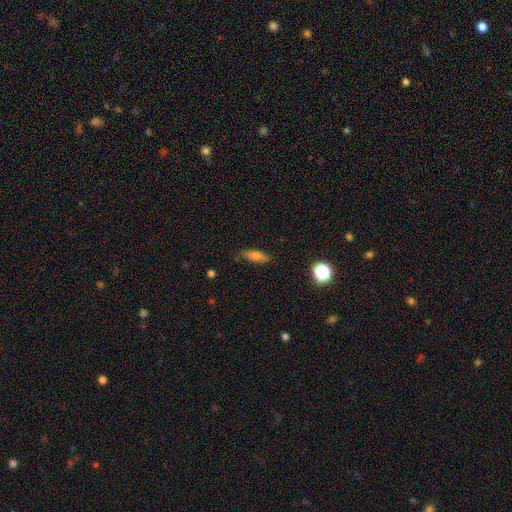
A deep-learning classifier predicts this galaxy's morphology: Q: Smooth or featured?
A: smooth (67%); runner-up: featured or disk (23%)
Q: How rounded?
A: in between (49%); runner-up: cigar-shaped (46%)
Q: Merging?
A: none (81%); runner-up: minor disturbance (14%)